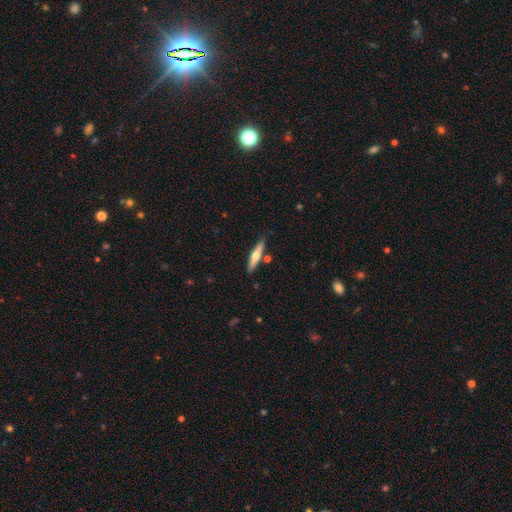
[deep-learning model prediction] Overall: featured or disk (50%; smooth 44%). Edge-on disk: yes (93%). Merging: none (83%).